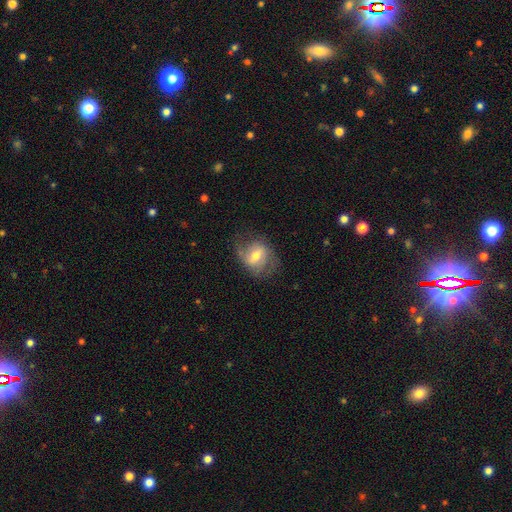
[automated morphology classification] The model was most divided on "smooth or featured": featured or disk: 54%, smooth: 39%, star or artifact: 8%. Remaining: edge-on disk — no (95%); spiral arms — yes (73%); bulge size — moderate (62%); merging — none (58%); bar — weak (50%).